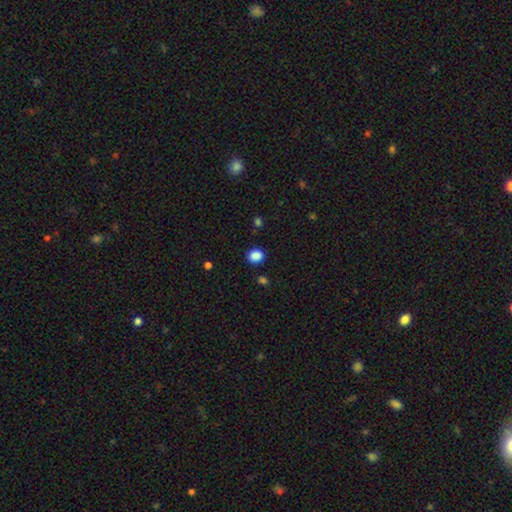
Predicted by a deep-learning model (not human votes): Smooth or featured: smooth — 87% (star or artifact — 10%)
How rounded: round — 57% (in between — 42%)
Merging: none — 86% (minor disturbance — 9%)